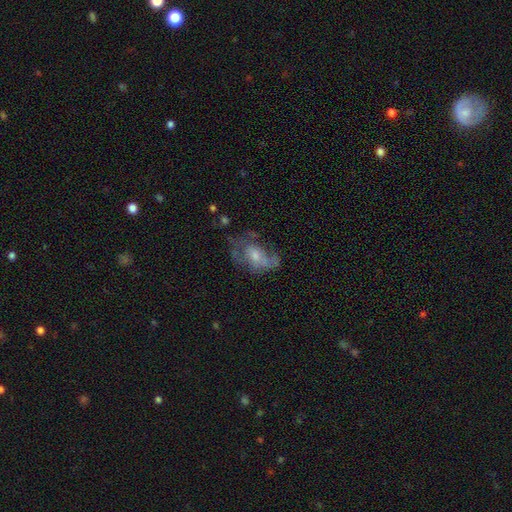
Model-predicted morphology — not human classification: featured or disk 58%, smooth 30%, star or artifact 11%. Down the decision tree: edge-on disk — no (95%); bar — no (75%); spiral arms — yes (51%); bulge size — moderate (47%); merging — none (41%).